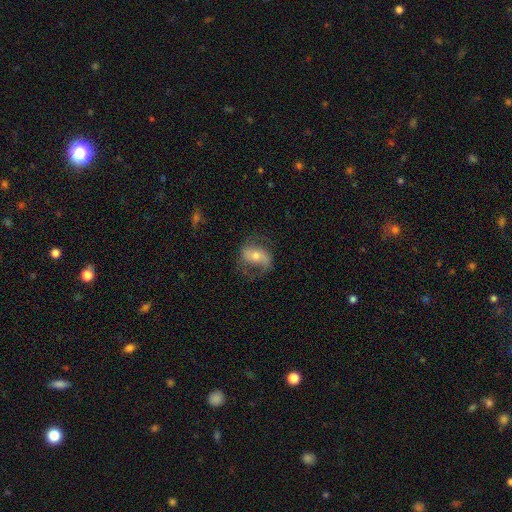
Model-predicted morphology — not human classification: Smooth or featured? featured or disk (64%)
Edge-on disk? no (94%)
Bar? weak (35%)
Spiral arms? yes (86%)
Spiral winding? loose (46%)
Spiral arm count? 2 (77%)
Bulge size? moderate (56%)
Merging? none (61%)